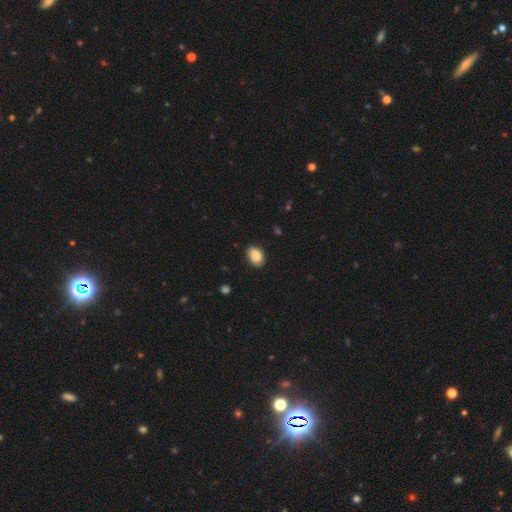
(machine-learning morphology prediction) Overall: smooth (89%). How rounded: in between (85%). Merging: none (87%).